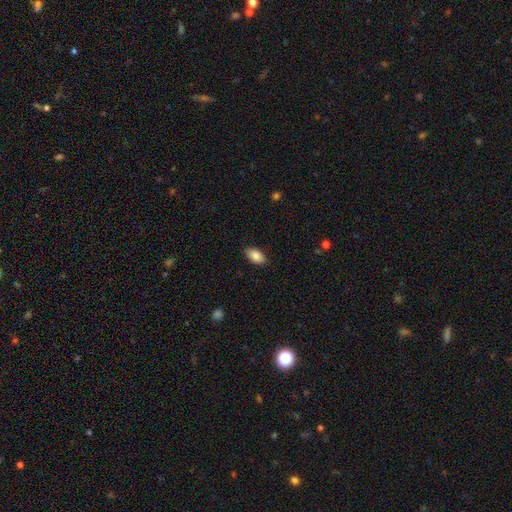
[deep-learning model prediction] Q: Smooth or featured?
A: smooth (87%); runner-up: star or artifact (7%)
Q: How rounded?
A: in between (93%); runner-up: round (4%)
Q: Merging?
A: none (87%); runner-up: minor disturbance (10%)